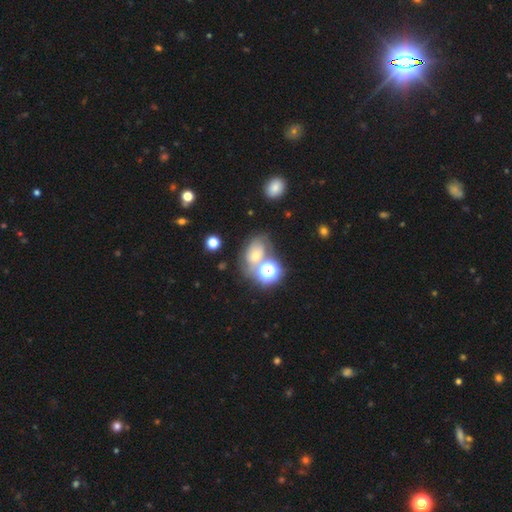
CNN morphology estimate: smooth-or-featured: smooth: 38% | star or artifact: 36% | featured or disk: 26%
  merging: none: 49% | merger: 25% | minor disturbance: 16% | major disturbance: 10%